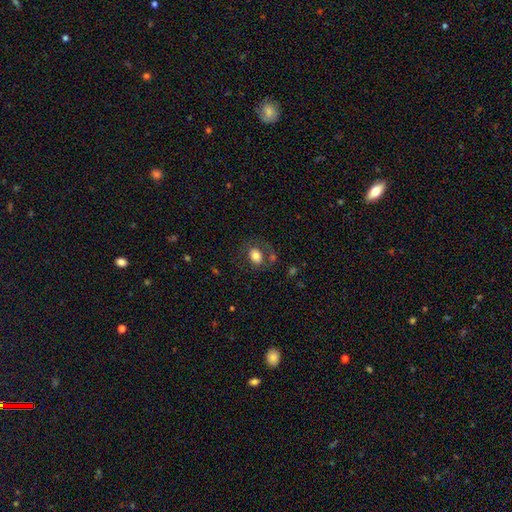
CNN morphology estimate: Smooth or featured? Predicted: smooth (p=0.75). How rounded? Predicted: in between (p=0.65). Merging? Predicted: none (p=0.65).